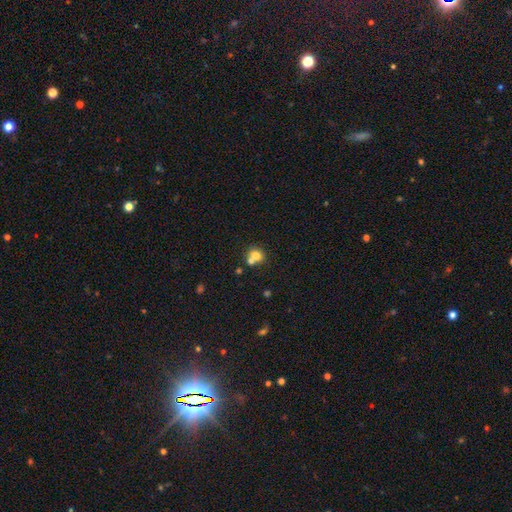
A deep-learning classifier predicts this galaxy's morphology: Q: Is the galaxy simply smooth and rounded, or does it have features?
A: smooth — 74%.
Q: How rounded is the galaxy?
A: round — 75%.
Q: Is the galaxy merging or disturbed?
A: none — 47%.